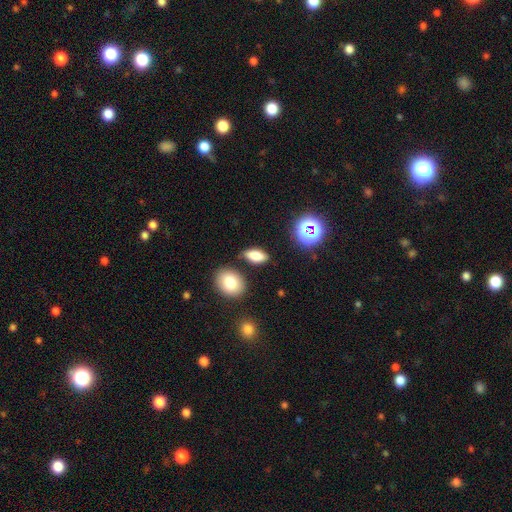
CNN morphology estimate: Smooth or featured?
  - smooth: 78% *
  - star or artifact: 12%
  - featured or disk: 10%
How rounded?
  - in between: 83% *
  - cigar-shaped: 10%
  - round: 7%
Merging?
  - none: 82% *
  - minor disturbance: 11%
  - merger: 4%
  - major disturbance: 3%